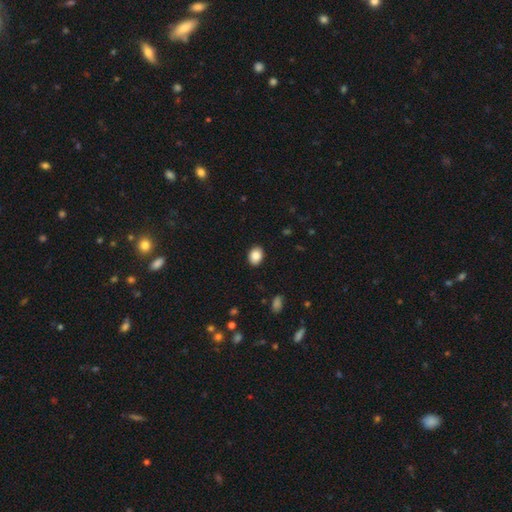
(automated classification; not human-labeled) Overall: smooth (87%). How rounded: in between (67%; round 32%). Merging: none (90%).